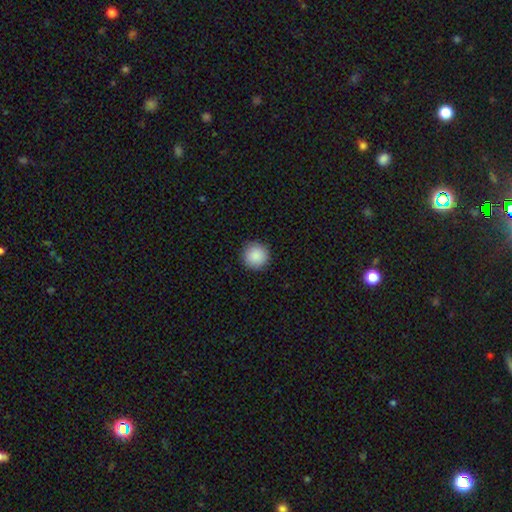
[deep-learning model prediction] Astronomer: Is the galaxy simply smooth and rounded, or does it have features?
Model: smooth — 89%.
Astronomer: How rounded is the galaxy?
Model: round — 96%.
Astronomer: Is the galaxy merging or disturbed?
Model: none — 91%.